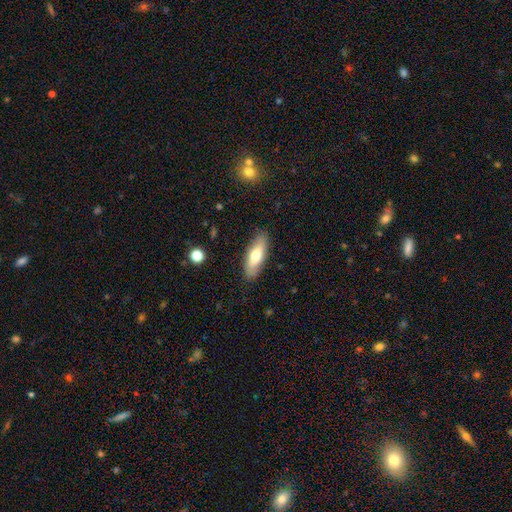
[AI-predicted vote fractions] This appears to be a smooth galaxy with no disk features (67%) that is in between round and cigar-shaped (70%). Merging: none (86%).